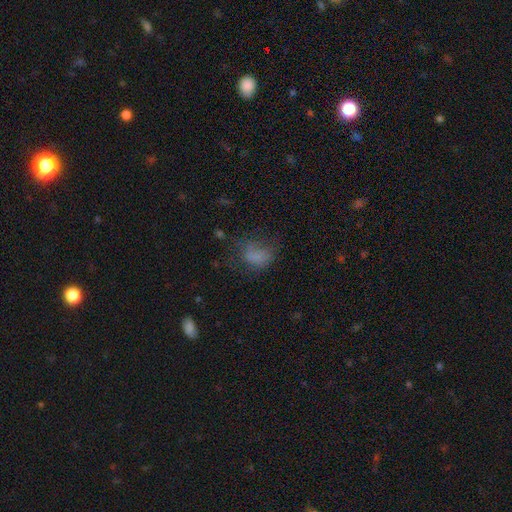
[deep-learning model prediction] smooth_or_featured: smooth (p=0.65) [alt: featured or disk p=0.18]
how_rounded: in between (p=0.68) [alt: round p=0.30]
merging: none (p=0.39) [alt: major disturbance p=0.33]